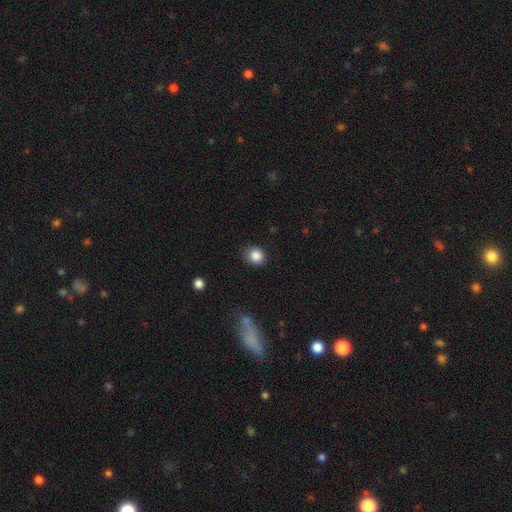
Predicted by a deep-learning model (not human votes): smooth-or-featured: smooth: 86% | star or artifact: 10% | featured or disk: 4%
  how-rounded: round: 77% | in between: 22% | cigar-shaped: 1%
  merging: none: 84% | minor disturbance: 12% | major disturbance: 3% | merger: 1%